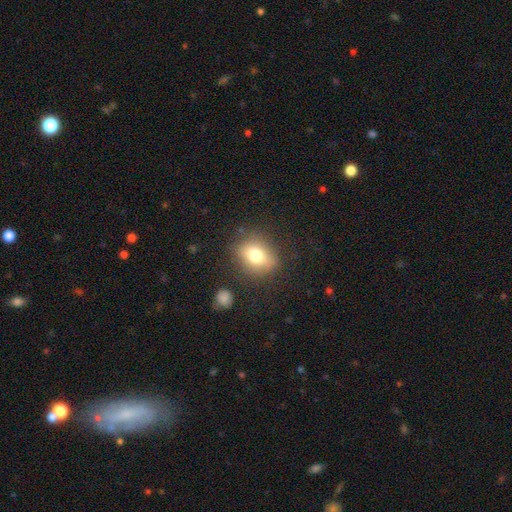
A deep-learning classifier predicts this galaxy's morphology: Smooth or featured: smooth — 74% (featured or disk — 16%)
How rounded: in between — 54% (round — 45%)
Merging: none — 79% (minor disturbance — 14%)